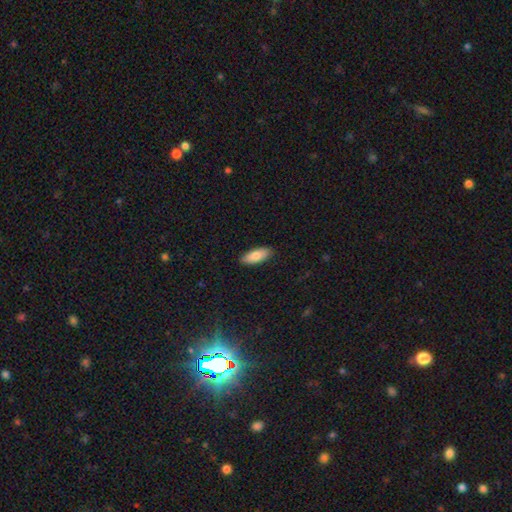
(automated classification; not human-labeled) Smooth or featured?
  - smooth: 82% *
  - featured or disk: 11%
  - star or artifact: 6%
How rounded?
  - in between: 77% *
  - cigar-shaped: 21%
  - round: 2%
Merging?
  - none: 90% *
  - minor disturbance: 8%
  - major disturbance: 2%
  - merger: 1%